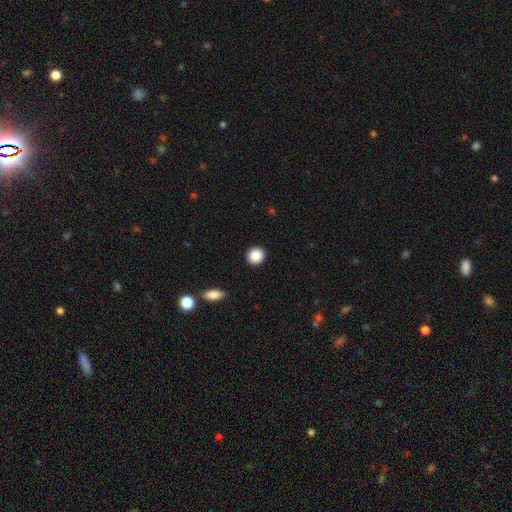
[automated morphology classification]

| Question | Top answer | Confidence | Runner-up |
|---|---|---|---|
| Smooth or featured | smooth | 87% | star or artifact (9%) |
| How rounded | round | 88% | in between (11%) |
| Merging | none | 92% | minor disturbance (5%) |